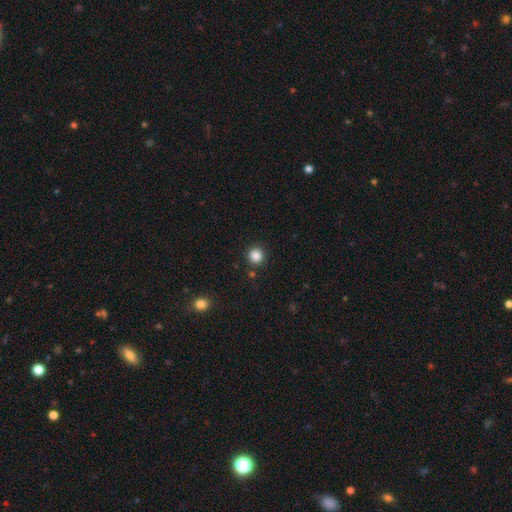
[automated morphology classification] Smooth or featured?
  - smooth: 86% *
  - star or artifact: 11%
  - featured or disk: 3%
How rounded?
  - round: 94% *
  - in between: 5%
  - cigar-shaped: 1%
Merging?
  - none: 89% *
  - minor disturbance: 6%
  - merger: 2%
  - major disturbance: 2%